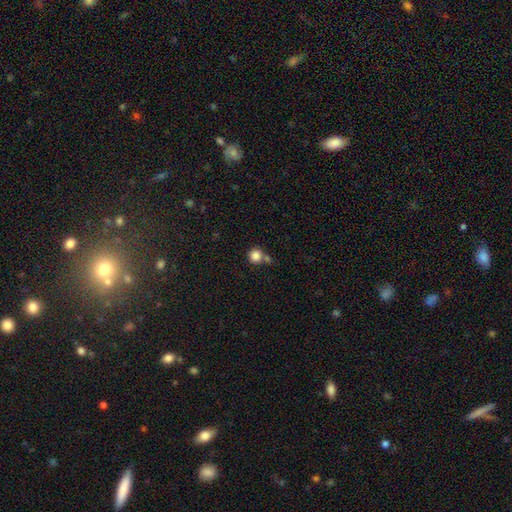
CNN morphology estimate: Smooth or featured? Predicted: smooth (p=0.84). How rounded? Predicted: round (p=0.93). Merging? Predicted: none (p=0.61).